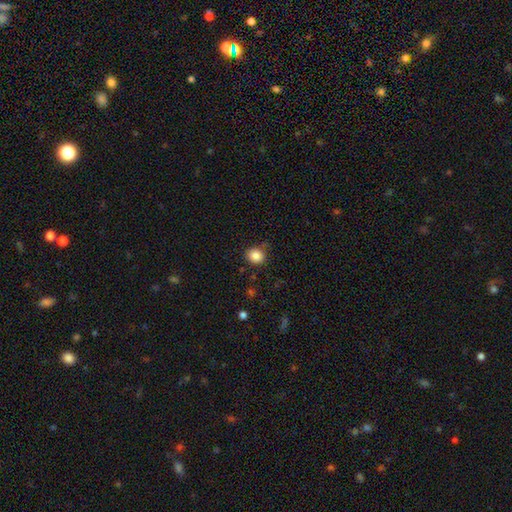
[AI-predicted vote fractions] smooth-or-featured: smooth: 85% | star or artifact: 10% | featured or disk: 4%
  how-rounded: round: 75% | in between: 24% | cigar-shaped: 1%
  merging: none: 78% | minor disturbance: 15% | major disturbance: 4% | merger: 3%